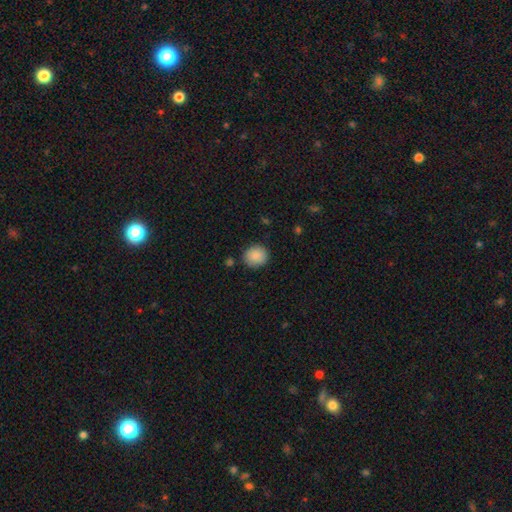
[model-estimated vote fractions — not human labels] This appears to be a smooth galaxy with no disk features (88%) that is round (82%). Merging: none (86%).